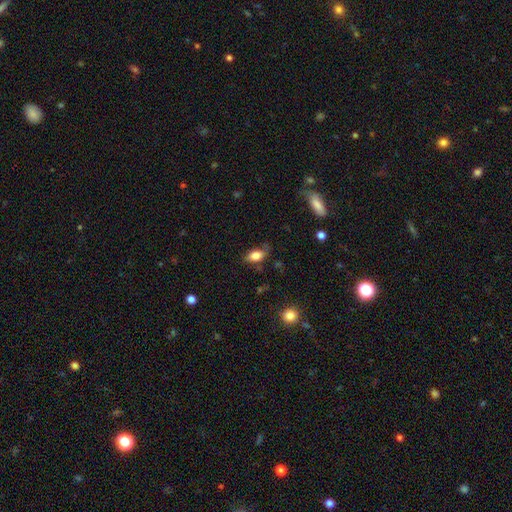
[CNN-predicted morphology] Smooth or featured? Predicted: smooth (p=0.80). How rounded? Predicted: in between (p=0.87). Merging? Predicted: none (p=0.66).